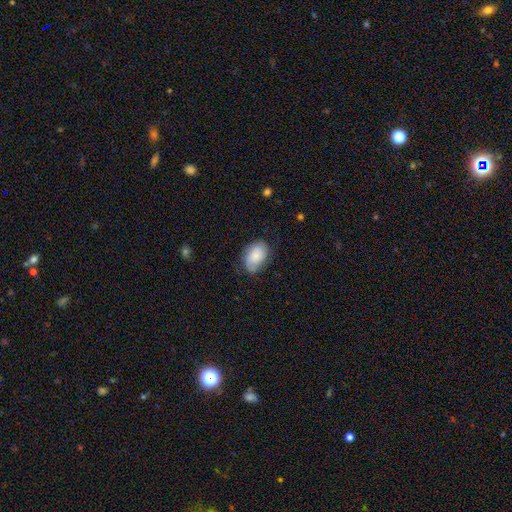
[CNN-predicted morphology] A smooth galaxy with no disk features (73%) that is in between round and cigar-shaped (86%).

Vote fractions:
- Smooth or featured? smooth: 73% / featured or disk: 20% / star or artifact: 7%
- How rounded? in between: 86% / round: 13% / cigar-shaped: 1%
- Merging? none: 67% / minor disturbance: 25% / major disturbance: 7% / merger: 1%